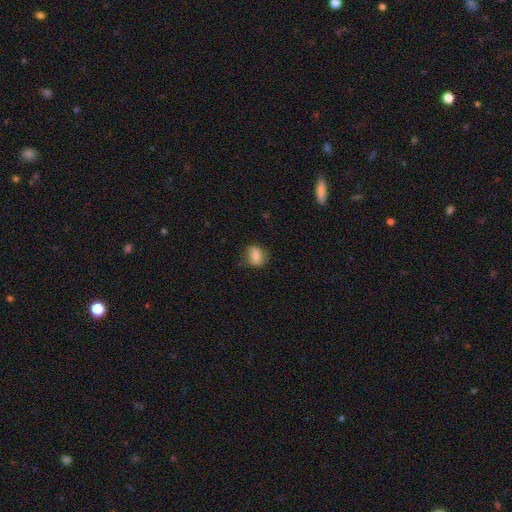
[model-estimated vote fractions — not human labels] The model was most divided on "how rounded": in between: 63%, round: 35%, cigar-shaped: 3%. More confident: smooth or featured — smooth (79%); merging — none (69%).